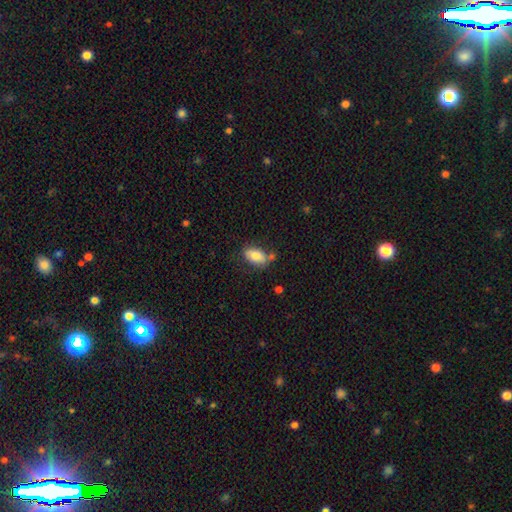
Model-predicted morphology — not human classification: This is likely a smooth galaxy (78%). How rounded: clearly in between (91%). Merging: likely none (66%).